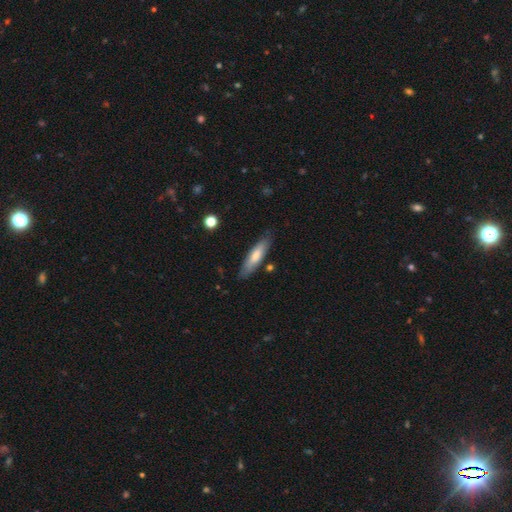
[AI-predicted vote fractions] Smooth or featured?
  - smooth: 67% *
  - featured or disk: 28%
  - star or artifact: 5%
How rounded?
  - cigar-shaped: 68% *
  - in between: 31%
  - round: 1%
Merging?
  - none: 82% *
  - minor disturbance: 13%
  - major disturbance: 3%
  - merger: 2%